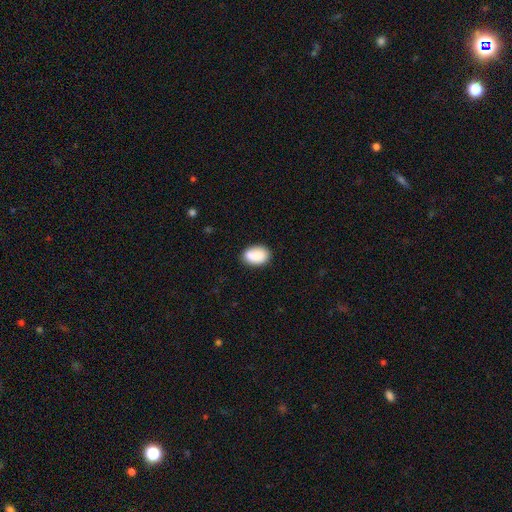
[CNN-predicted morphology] The model was most divided on "how rounded": in between: 75%, round: 24%, cigar-shaped: 1%. More confident: smooth or featured — smooth (80%); merging — none (68%).